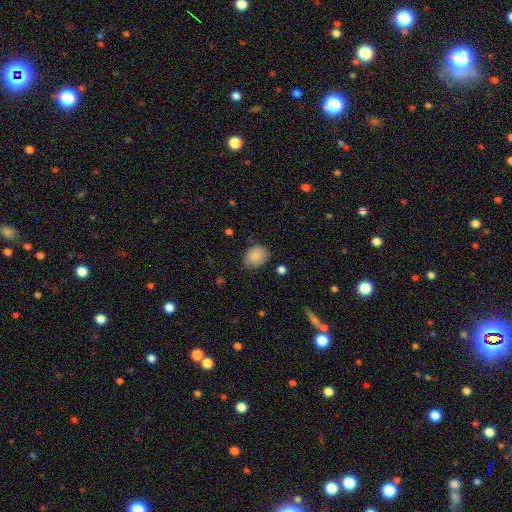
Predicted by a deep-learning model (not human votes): Morphology: type=smooth (85%); roundness=in between (65%); merging=none (73%).